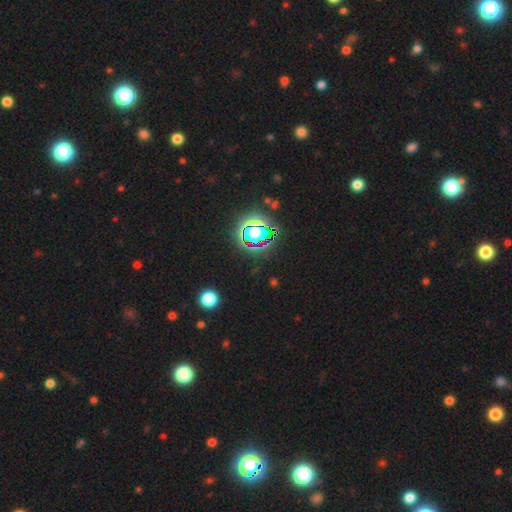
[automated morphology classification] Smooth or featured: star or artifact — 79% (smooth — 14%)